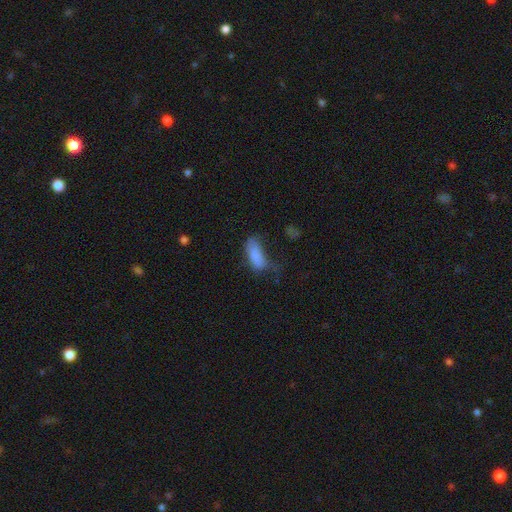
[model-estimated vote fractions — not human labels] Smooth or featured?
  - smooth: 80% *
  - featured or disk: 11%
  - star or artifact: 9%
How rounded?
  - in between: 82% *
  - cigar-shaped: 15%
  - round: 3%
Merging?
  - minor disturbance: 33% *
  - none: 32%
  - major disturbance: 30%
  - merger: 5%